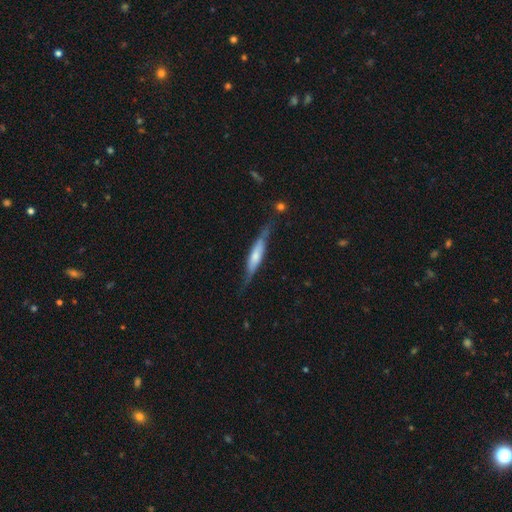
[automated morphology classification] This is possibly a featured or disk galaxy (52%). It is clearly viewed edge-on (81%). Merging: likely none (66%).